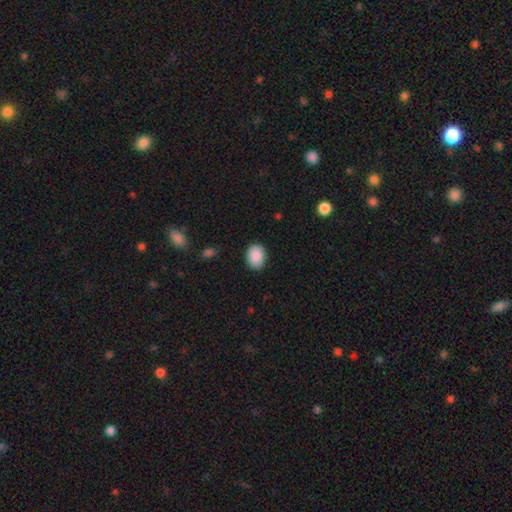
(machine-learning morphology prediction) This appears to be a smooth galaxy with no disk features (90%) that is in between round and cigar-shaped (69%). Merging: none (86%).